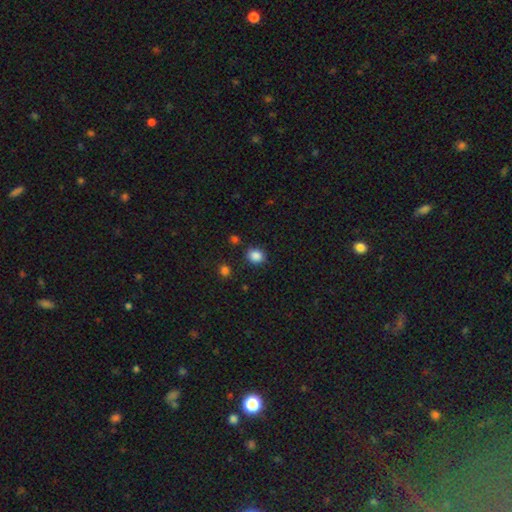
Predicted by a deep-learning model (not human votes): smooth-or-featured: smooth: 86% | star or artifact: 11% | featured or disk: 4%
  how-rounded: round: 64% | in between: 35% | cigar-shaped: 1%
  merging: none: 84% | minor disturbance: 10% | merger: 3% | major disturbance: 3%